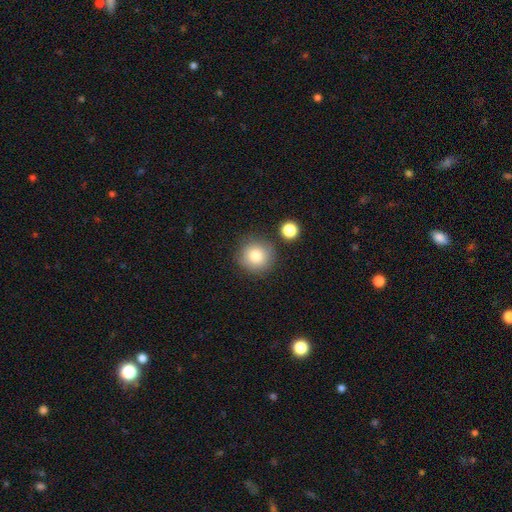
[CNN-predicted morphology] Smooth or featured? Predicted: smooth (p=0.81). How rounded? Predicted: round (p=0.94). Merging? Predicted: none (p=0.82).